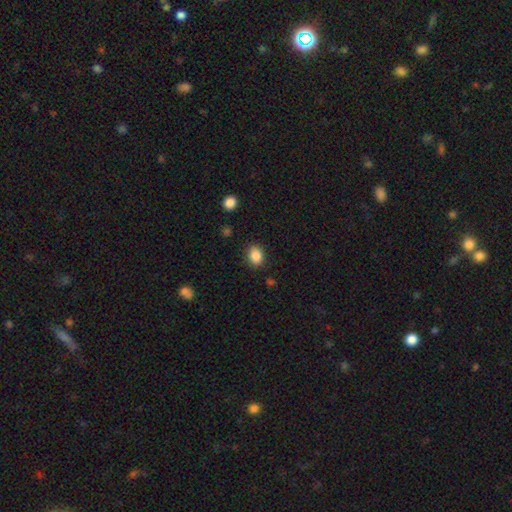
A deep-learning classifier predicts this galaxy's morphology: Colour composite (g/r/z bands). It shows a smooth galaxy with no disk features (87%) that is in between round and cigar-shaped (62%). Merging: none (84%).